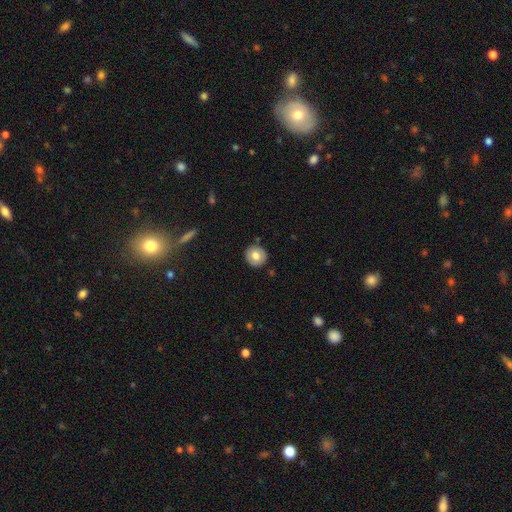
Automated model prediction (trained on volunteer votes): This is likely a smooth galaxy (73%). How rounded: clearly round (89%). Merging: clearly none (88%).